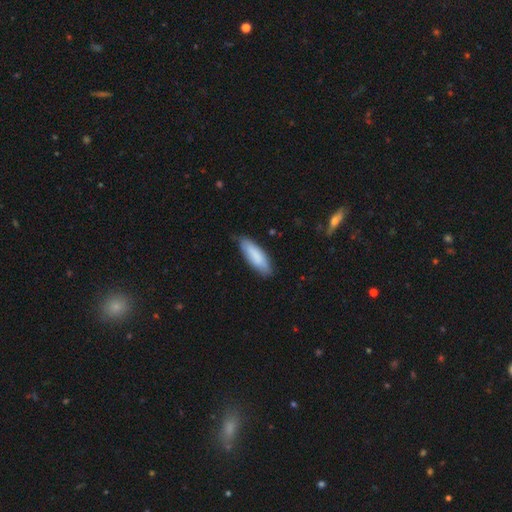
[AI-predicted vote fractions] Q: Smooth or featured?
A: smooth (82%); runner-up: featured or disk (13%)
Q: How rounded?
A: in between (54%); runner-up: cigar-shaped (44%)
Q: Merging?
A: none (79%); runner-up: minor disturbance (17%)